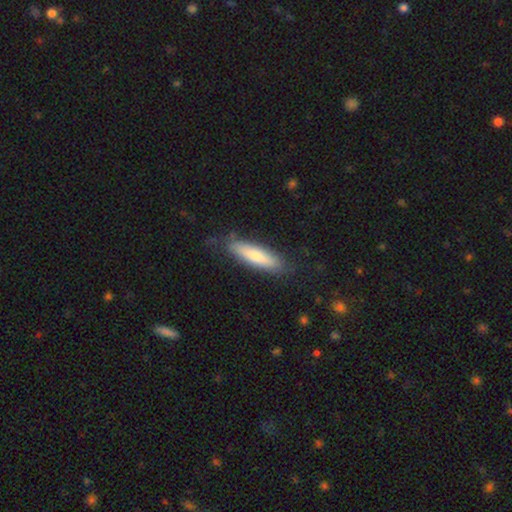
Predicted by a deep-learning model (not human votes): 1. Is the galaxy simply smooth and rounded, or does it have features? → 64% smooth, 28% featured or disk, 8% star or artifact.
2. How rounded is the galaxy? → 76% cigar-shaped, 22% in between, 2% round.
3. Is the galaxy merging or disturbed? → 81% none, 15% minor disturbance, 3% major disturbance, 1% merger.